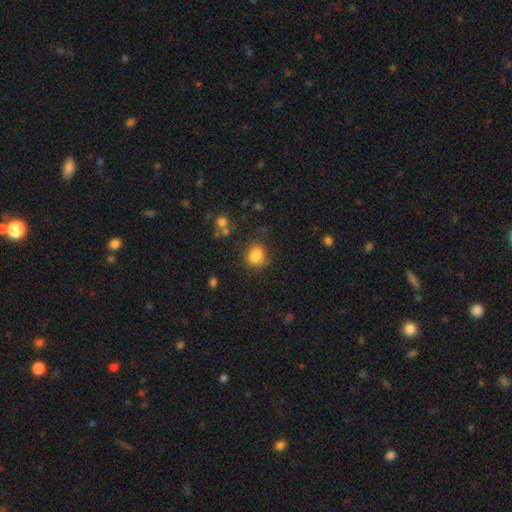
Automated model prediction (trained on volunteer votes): This appears to be a smooth galaxy with no disk features (81%) that is in between round and cigar-shaped (55%). Merging: none (58%).